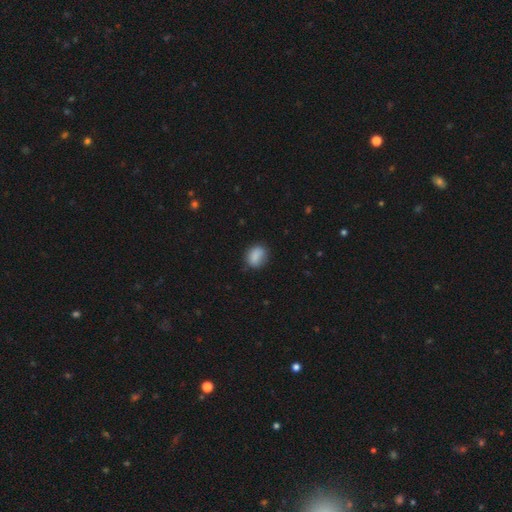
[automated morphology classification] Q: Smooth or featured?
A: smooth (86%); runner-up: star or artifact (8%)
Q: How rounded?
A: in between (58%); runner-up: round (40%)
Q: Merging?
A: none (76%); runner-up: minor disturbance (18%)